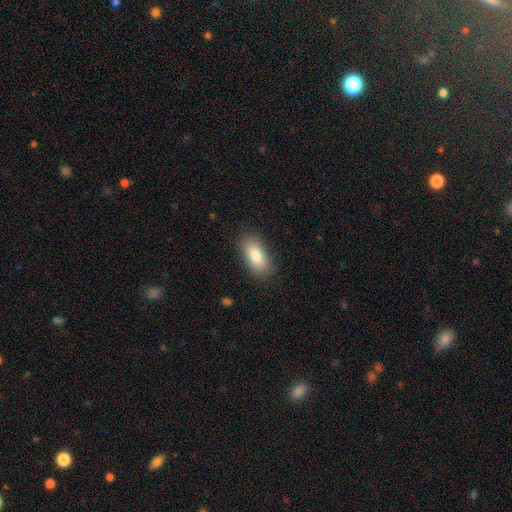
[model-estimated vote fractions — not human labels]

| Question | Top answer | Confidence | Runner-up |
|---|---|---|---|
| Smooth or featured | smooth | 83% | featured or disk (10%) |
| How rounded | in between | 89% | cigar-shaped (8%) |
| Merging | none | 85% | minor disturbance (11%) |